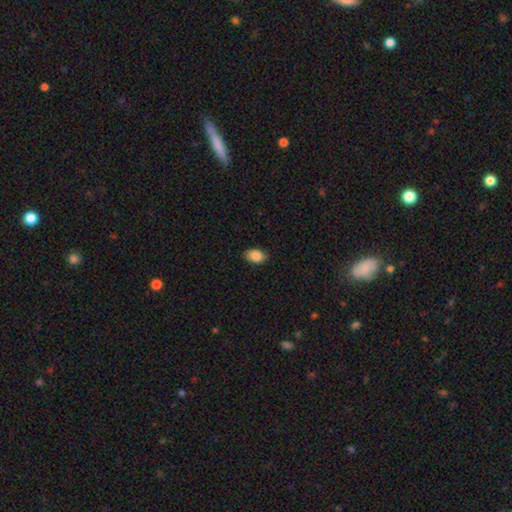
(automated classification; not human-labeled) A smooth galaxy with no disk features (87%) that is in between round and cigar-shaped (88%).

Vote fractions:
- Smooth or featured? smooth: 87% / star or artifact: 7% / featured or disk: 5%
- How rounded? in between: 88% / round: 11% / cigar-shaped: 1%
- Merging? none: 87% / minor disturbance: 10% / major disturbance: 2% / merger: 1%